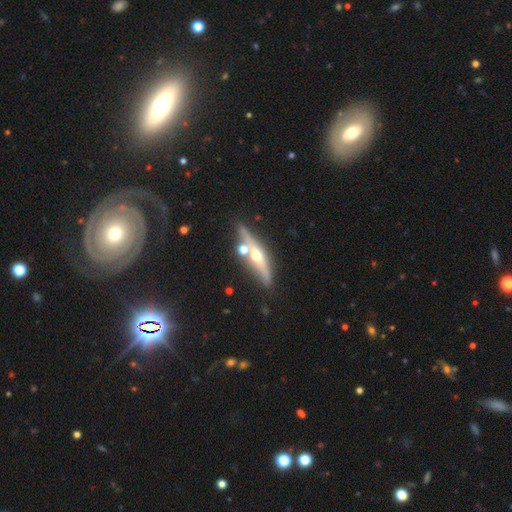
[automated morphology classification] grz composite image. It shows a featured or disk galaxy (64%) viewed edge-on (87%) with a rounded central bulge (93%). Merging: none (70%).